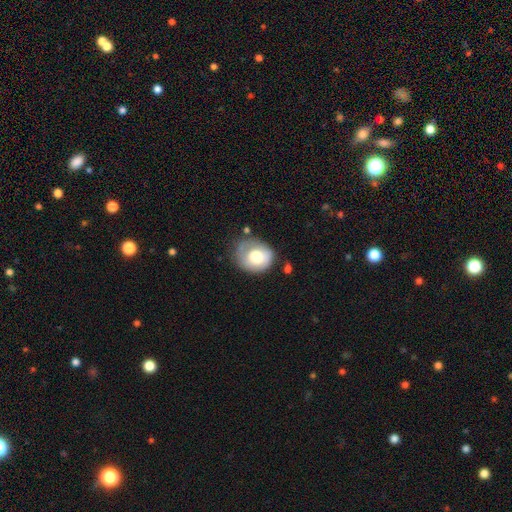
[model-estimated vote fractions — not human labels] smooth-or-featured: smooth: 65% | featured or disk: 28% | star or artifact: 8%
  how-rounded: round: 60% | in between: 39% | cigar-shaped: 1%
  merging: none: 49% | minor disturbance: 30% | major disturbance: 15% | merger: 6%